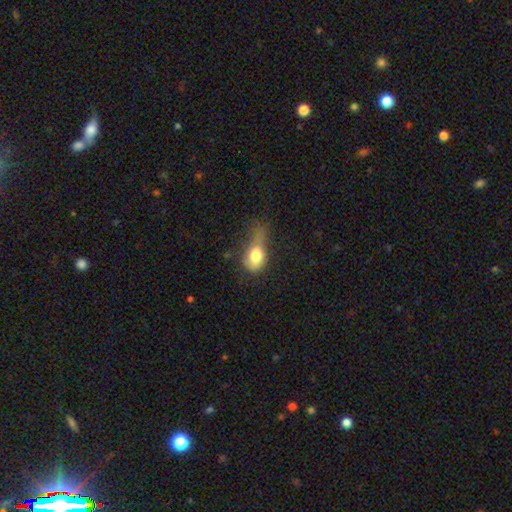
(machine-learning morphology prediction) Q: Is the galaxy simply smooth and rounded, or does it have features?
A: smooth — 75%.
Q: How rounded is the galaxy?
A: in between — 76%.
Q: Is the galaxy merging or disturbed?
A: major disturbance — 44%.